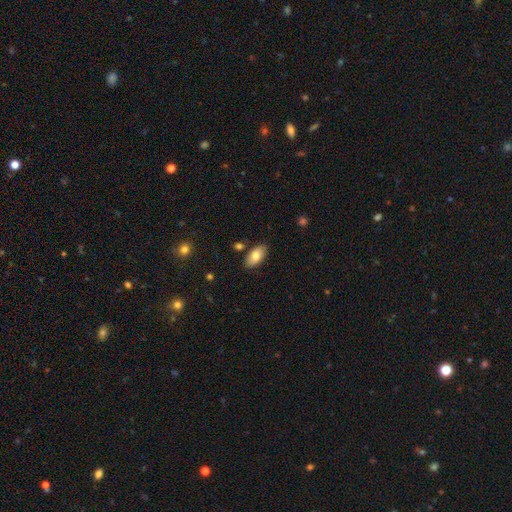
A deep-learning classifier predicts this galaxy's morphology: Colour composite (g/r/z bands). It shows a smooth galaxy with no disk features (77%) that is in between round and cigar-shaped (93%). Merging: none (83%).